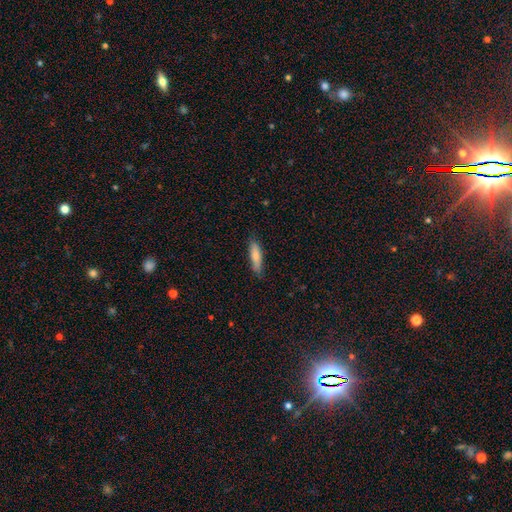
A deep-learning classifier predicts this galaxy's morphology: Q: Smooth or featured?
A: smooth (78%); runner-up: featured or disk (16%)
Q: How rounded?
A: cigar-shaped (65%); runner-up: in between (34%)
Q: Merging?
A: none (82%); runner-up: minor disturbance (15%)